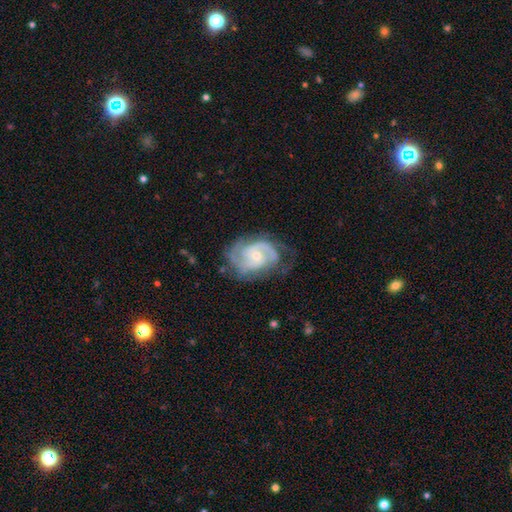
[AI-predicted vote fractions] A featured or disk galaxy (88%) with no bar (67%), 2 (50%) tight (52%) spiral arms (96%) and a small central bulge (53%). Merging: none (64%).